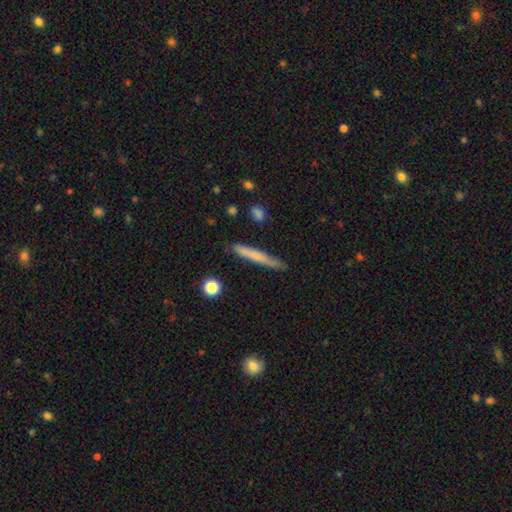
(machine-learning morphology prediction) A smooth galaxy with no disk features (66%) that is cigar-shaped (95%).

Vote fractions:
- Smooth or featured? smooth: 66% / featured or disk: 28% / star or artifact: 6%
- How rounded? cigar-shaped: 95% / in between: 4% / round: 2%
- Merging? none: 78% / minor disturbance: 17% / major disturbance: 3% / merger: 2%